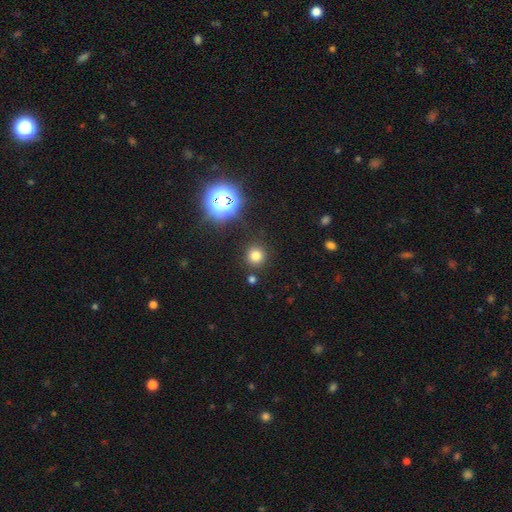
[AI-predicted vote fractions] Overall: smooth (75%). How rounded: round (93%). Merging: none (87%).